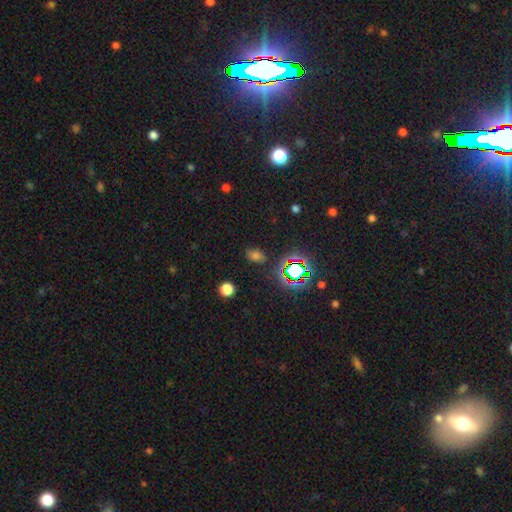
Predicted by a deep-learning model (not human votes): smooth-or-featured: smooth: 61% | star or artifact: 32% | featured or disk: 7%
  how-rounded: in between: 81% | round: 17% | cigar-shaped: 2%
  merging: none: 81% | minor disturbance: 12% | major disturbance: 4% | merger: 2%